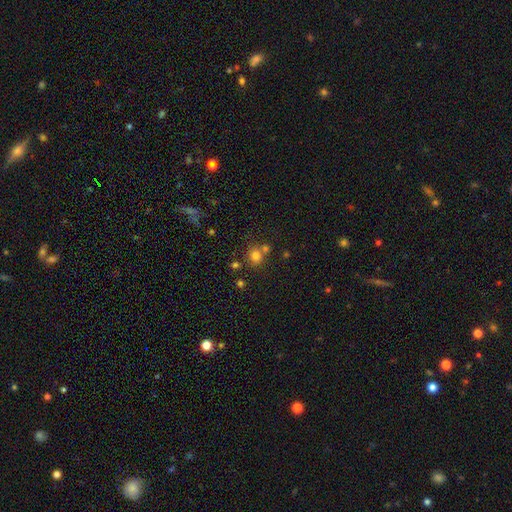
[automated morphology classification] A smooth galaxy with no disk features (77%) that is round (78%).

Vote fractions:
- Smooth or featured? smooth: 77% / star or artifact: 16% / featured or disk: 8%
- How rounded? round: 78% / in between: 21% / cigar-shaped: 1%
- Merging? none: 62% / merger: 24% / minor disturbance: 10% / major disturbance: 4%